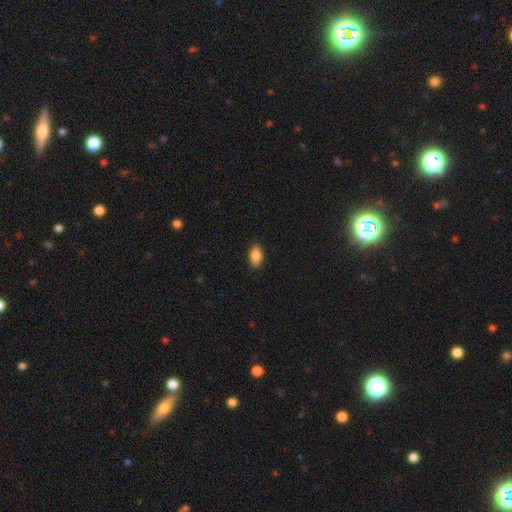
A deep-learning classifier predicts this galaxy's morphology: Smooth or featured: smooth — 87% (star or artifact — 7%)
How rounded: in between — 91% (round — 5%)
Merging: none — 88% (minor disturbance — 9%)